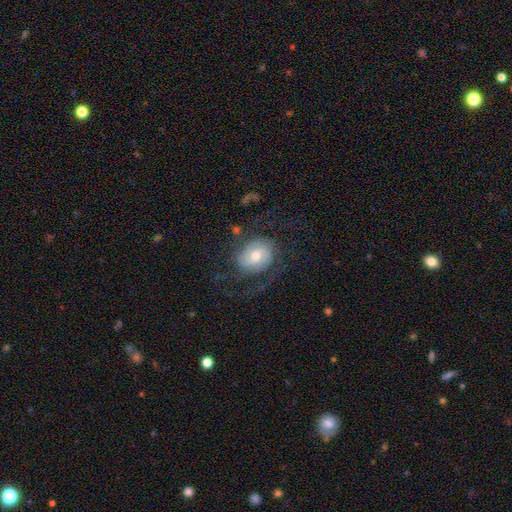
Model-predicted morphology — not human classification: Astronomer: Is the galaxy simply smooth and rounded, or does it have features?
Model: featured or disk — 70%.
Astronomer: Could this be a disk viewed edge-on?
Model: no — 97%.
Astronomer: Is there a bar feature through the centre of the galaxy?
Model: no — 54% (runner-up: weak, 38%).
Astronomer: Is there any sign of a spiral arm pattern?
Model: yes — 88%.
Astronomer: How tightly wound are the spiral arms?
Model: medium — 39%, tied with tight at 39%.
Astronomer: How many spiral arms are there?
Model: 2 — 55%.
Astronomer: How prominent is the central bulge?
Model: moderate — 66%.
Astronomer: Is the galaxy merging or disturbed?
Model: none — 61%.